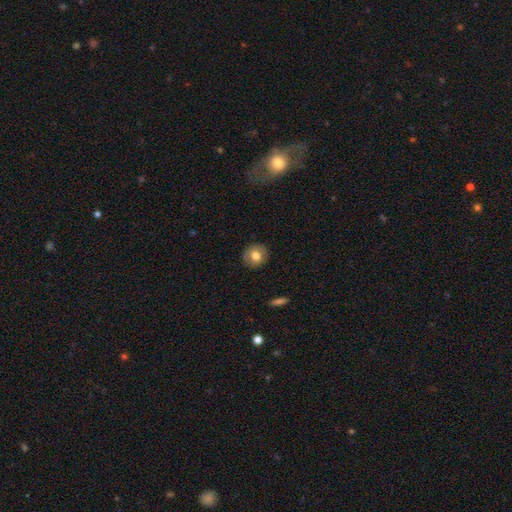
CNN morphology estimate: Smooth or featured: smooth — 75% (featured or disk — 17%)
How rounded: round — 83% (in between — 15%)
Merging: none — 89% (minor disturbance — 8%)